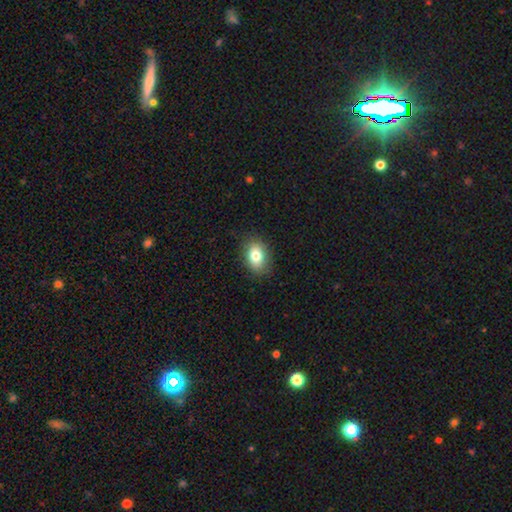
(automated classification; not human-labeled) This is likely a smooth galaxy (79%). How rounded: likely in between (73%). Merging: clearly none (85%).